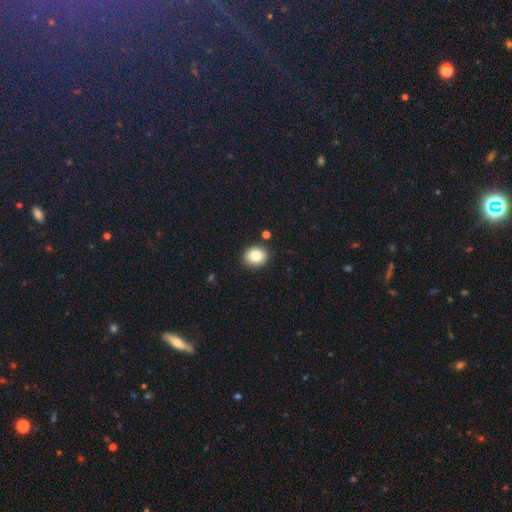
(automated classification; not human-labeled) Smooth or featured?
  - smooth: 85% *
  - star or artifact: 9%
  - featured or disk: 6%
How rounded?
  - round: 61% *
  - in between: 38%
  - cigar-shaped: 1%
Merging?
  - none: 87% *
  - minor disturbance: 8%
  - merger: 3%
  - major disturbance: 2%